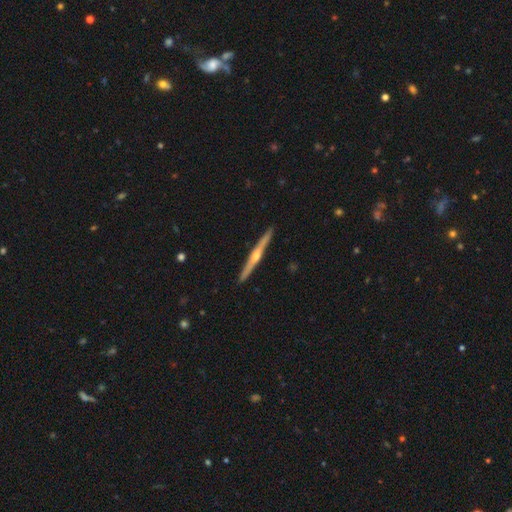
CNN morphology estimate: smooth_or_featured: featured or disk (p=0.79) [alt: smooth p=0.16]
disk_edge_on: yes (p=0.98) [alt: no p=0.02]
edge_on_bulge: rounded (p=0.89) [alt: none p=0.07]
merging: none (p=0.93) [alt: minor disturbance p=0.05]